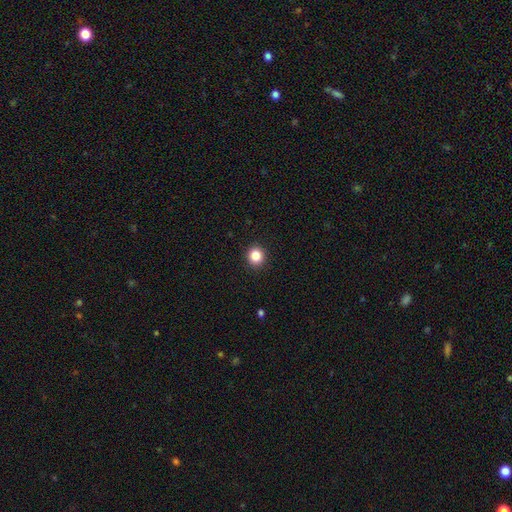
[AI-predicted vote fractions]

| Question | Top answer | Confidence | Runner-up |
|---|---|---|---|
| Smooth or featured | smooth | 85% | star or artifact (11%) |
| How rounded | round | 89% | in between (11%) |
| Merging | none | 93% | minor disturbance (5%) |